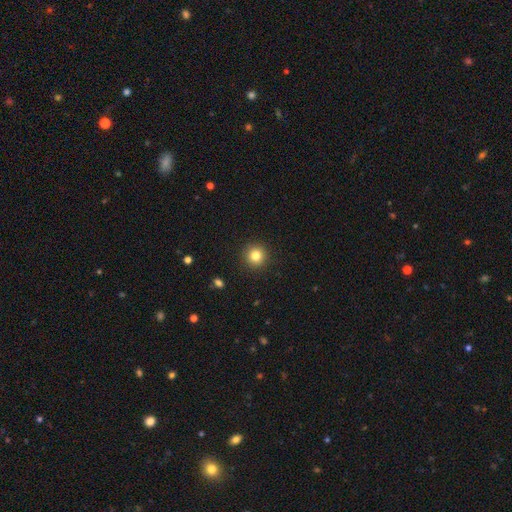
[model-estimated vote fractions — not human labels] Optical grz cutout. It shows a smooth galaxy with no disk features (82%) that is round (95%). Merging: none (92%).